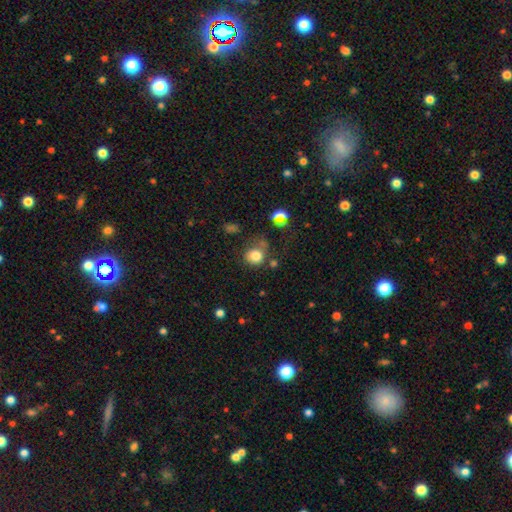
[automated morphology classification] Smooth or featured? smooth (79%)
How rounded? round (79%)
Merging? none (59%)